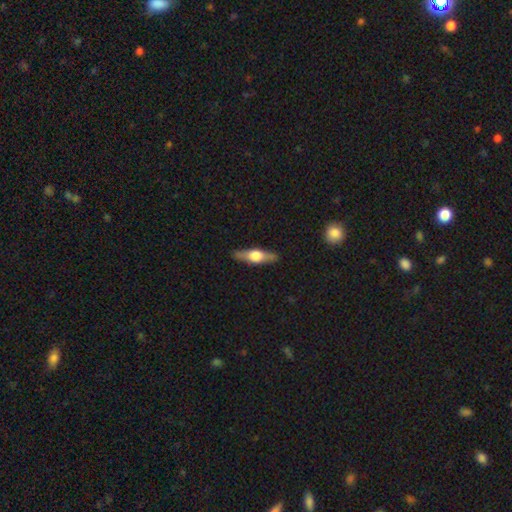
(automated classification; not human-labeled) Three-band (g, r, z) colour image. It shows a featured or disk galaxy (64%) viewed edge-on (95%) with a rounded central bulge (93%). Merging: none (89%).